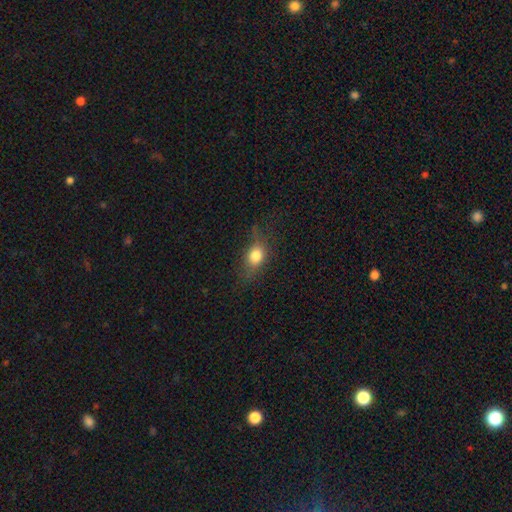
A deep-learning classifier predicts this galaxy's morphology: The model was most divided on "how rounded": in between: 56%, round: 38%, cigar-shaped: 5%. More confident: smooth or featured — smooth (75%); merging — none (63%).